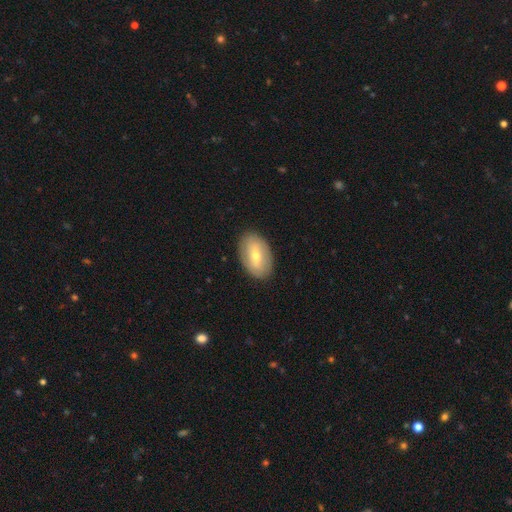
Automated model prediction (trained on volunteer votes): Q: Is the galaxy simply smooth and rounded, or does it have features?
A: smooth — 54%.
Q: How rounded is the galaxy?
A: in between — 90%.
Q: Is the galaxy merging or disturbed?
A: none — 87%.